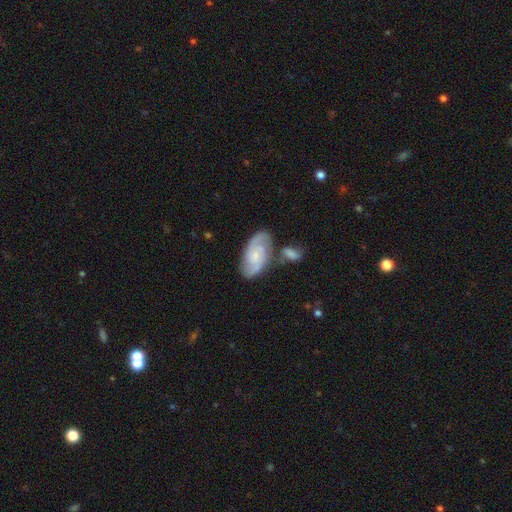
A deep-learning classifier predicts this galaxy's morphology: smooth_or_featured: featured or disk (p=0.76) [alt: smooth p=0.18]
disk_edge_on: no (p=0.96) [alt: yes p=0.04]
bar: no (p=0.59) [alt: weak p=0.35]
has_spiral_arms: yes (p=0.95) [alt: no p=0.05]
spiral_winding: medium (p=0.48) [alt: tight p=0.36]
spiral_arm_count: 2 (p=0.83) [alt: can't tell p=0.09]
bulge_size: small (p=0.66) [alt: moderate p=0.24]
merging: none (p=0.56) [alt: merger p=0.22]